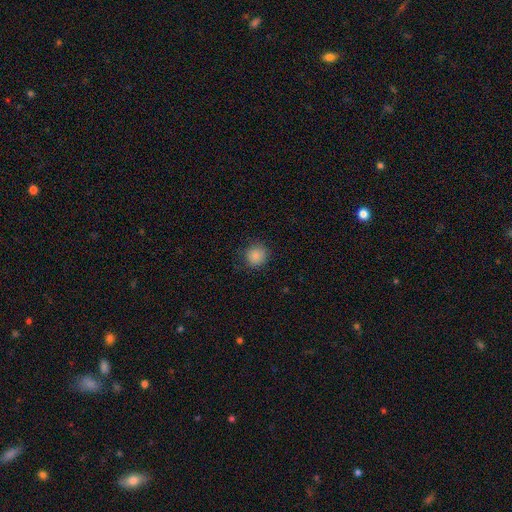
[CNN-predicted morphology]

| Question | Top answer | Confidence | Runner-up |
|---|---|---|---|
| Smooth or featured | smooth | 86% | star or artifact (10%) |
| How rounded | round | 90% | in between (9%) |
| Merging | none | 85% | minor disturbance (11%) |